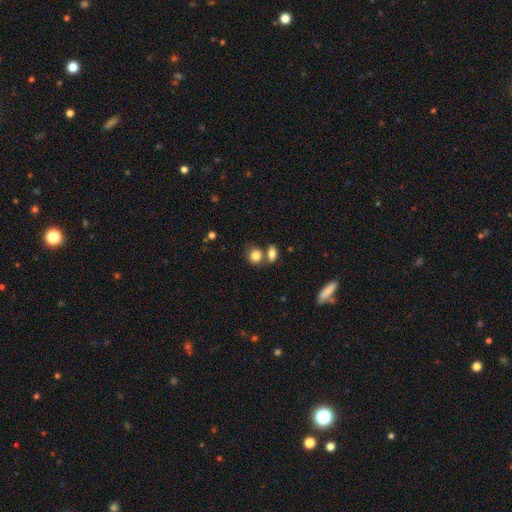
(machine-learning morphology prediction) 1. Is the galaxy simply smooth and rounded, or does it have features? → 84% smooth, 9% star or artifact, 7% featured or disk.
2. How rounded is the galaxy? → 60% round, 38% in between, 2% cigar-shaped.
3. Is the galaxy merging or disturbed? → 52% none, 32% merger, 11% minor disturbance, 4% major disturbance.